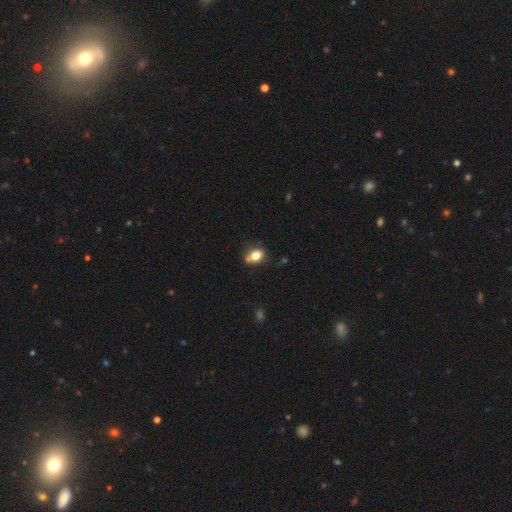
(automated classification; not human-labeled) Q: Smooth or featured?
A: smooth (78%); runner-up: featured or disk (12%)
Q: How rounded?
A: in between (67%); runner-up: round (31%)
Q: Merging?
A: none (58%); runner-up: minor disturbance (25%)